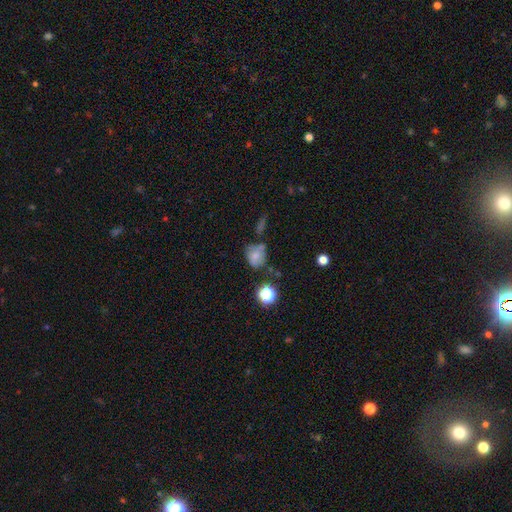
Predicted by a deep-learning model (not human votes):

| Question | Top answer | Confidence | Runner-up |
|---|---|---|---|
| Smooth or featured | smooth | 68% | featured or disk (17%) |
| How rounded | round | 58% | in between (41%) |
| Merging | none | 47% | minor disturbance (26%) |